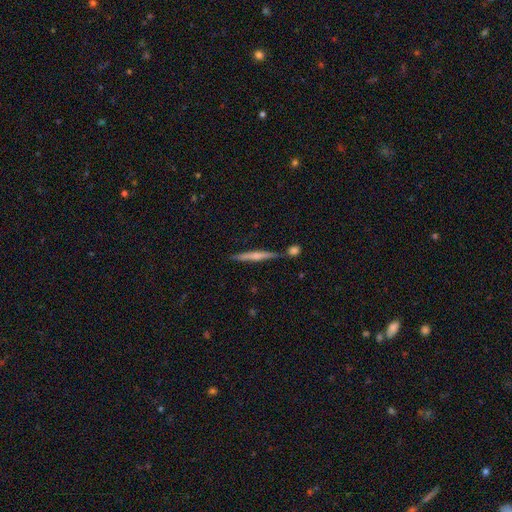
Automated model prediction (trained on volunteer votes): A featured or disk galaxy (49%). Merging: none (76%).